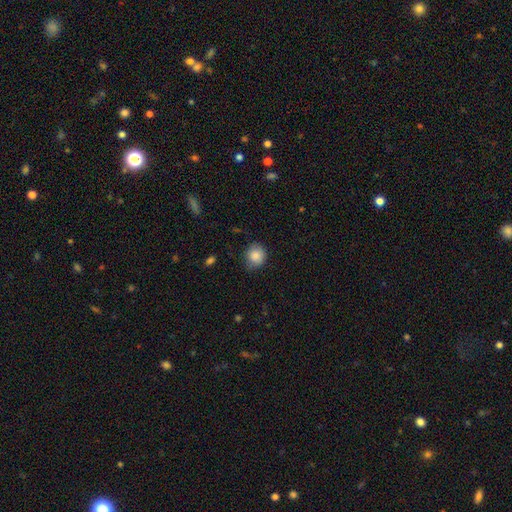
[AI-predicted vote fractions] This is clearly a smooth galaxy (86%). How rounded: clearly round (82%). Merging: likely none (73%).